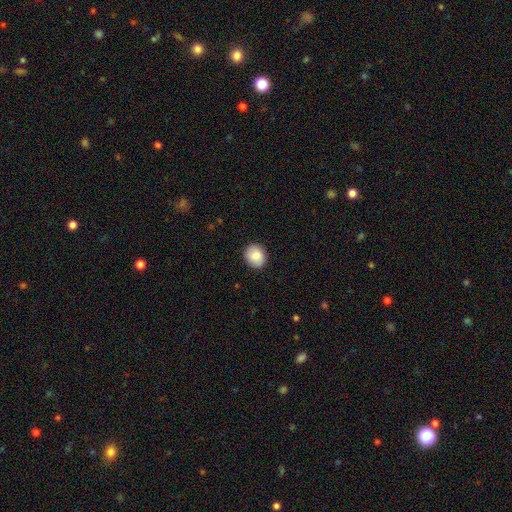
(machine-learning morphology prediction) Smooth or featured? Predicted: smooth (p=0.84). How rounded? Predicted: round (p=0.71). Merging? Predicted: none (p=0.89).